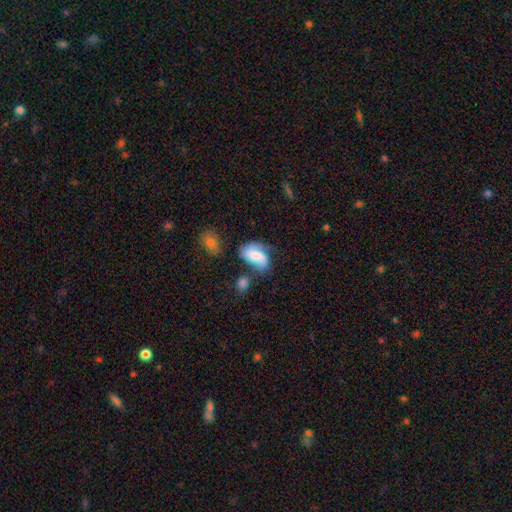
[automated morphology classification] The model was most divided on "merging": none: 43%, minor disturbance: 29%, major disturbance: 16%, merger: 12%. More confident: how rounded — in between (89%); smooth or featured — smooth (53%).